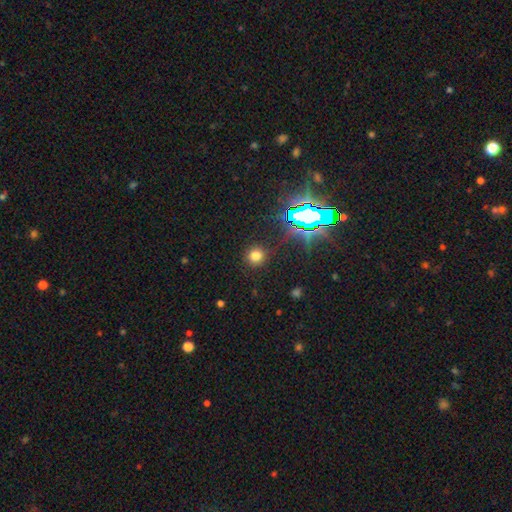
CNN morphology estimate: Smooth or featured: smooth — 71% (star or artifact — 22%)
How rounded: round — 91% (in between — 8%)
Merging: none — 87% (minor disturbance — 7%)